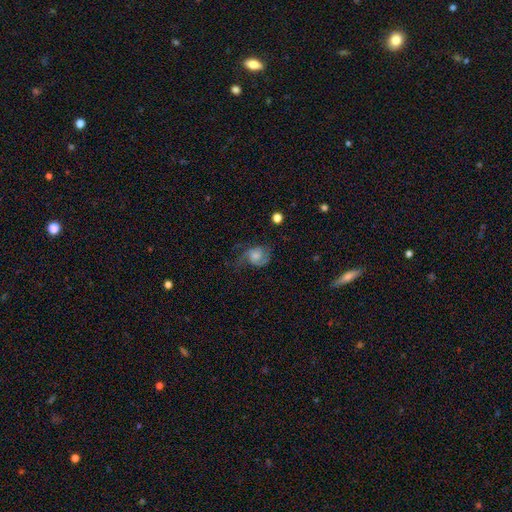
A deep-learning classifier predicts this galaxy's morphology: featured or disk 73%, smooth 19%, star or artifact 8%. Down the decision tree: edge-on disk — no (98%); bar — no (64%); spiral arms — yes (94%); spiral arm count — 2 (78%); spiral winding — medium (48%); bulge size — moderate (36%); merging — none (52%).